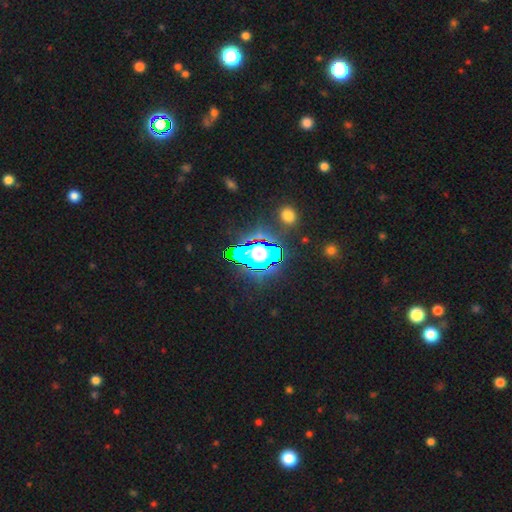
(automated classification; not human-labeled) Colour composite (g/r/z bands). It shows a star or artifact, not a galaxy (71%).